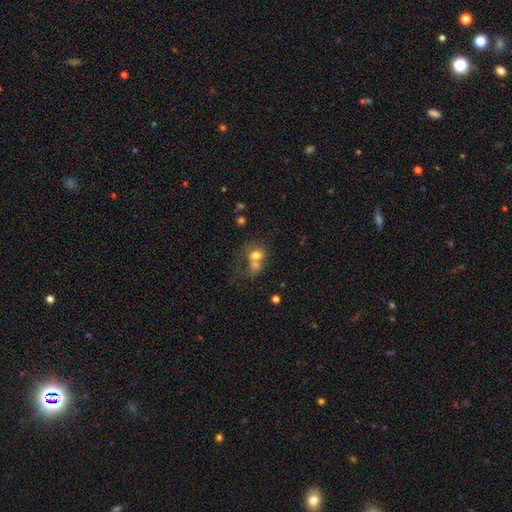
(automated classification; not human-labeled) Smooth or featured?
  - smooth: 69% *
  - featured or disk: 19%
  - star or artifact: 12%
How rounded?
  - in between: 51% *
  - round: 48%
  - cigar-shaped: 1%
Merging?
  - merger: 56% *
  - none: 23%
  - major disturbance: 11%
  - minor disturbance: 10%